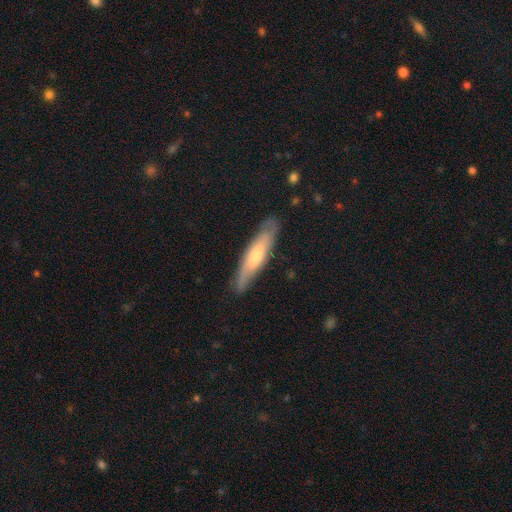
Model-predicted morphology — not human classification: A featured or disk galaxy (49%). Merging: none (82%).